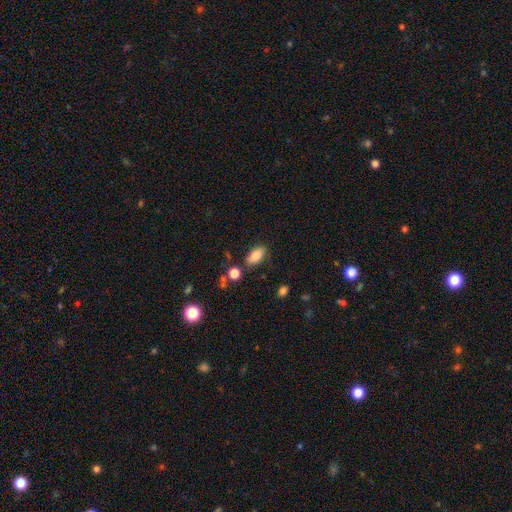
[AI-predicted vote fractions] Overall: smooth (82%). How rounded: in between (89%). Merging: none (77%).